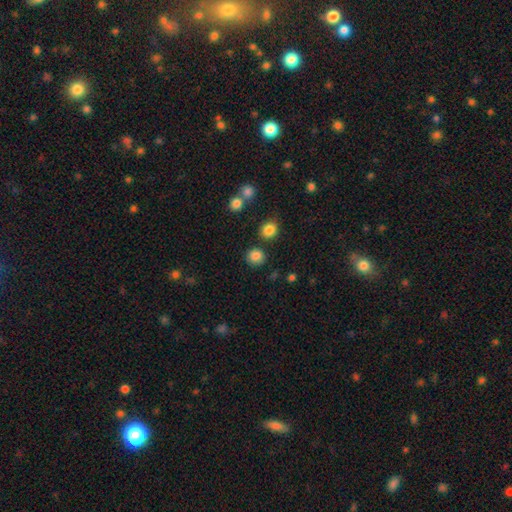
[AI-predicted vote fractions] Q: Smooth or featured?
A: smooth (85%); runner-up: star or artifact (11%)
Q: How rounded?
A: round (88%); runner-up: in between (12%)
Q: Merging?
A: none (84%); runner-up: minor disturbance (8%)